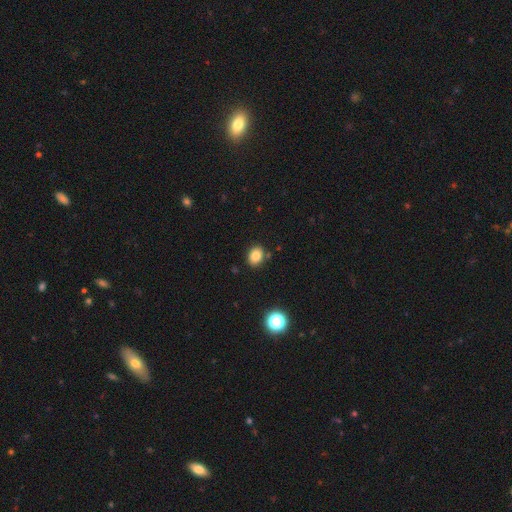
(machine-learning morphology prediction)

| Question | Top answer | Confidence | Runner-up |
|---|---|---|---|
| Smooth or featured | smooth | 82% | star or artifact (11%) |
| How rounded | in between | 58% | round (41%) |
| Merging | none | 83% | minor disturbance (10%) |